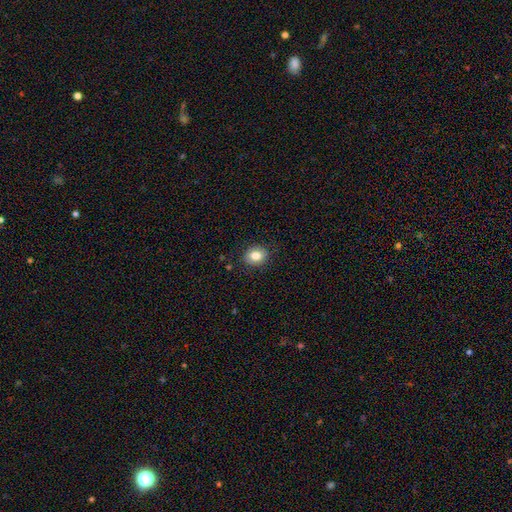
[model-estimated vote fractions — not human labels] smooth-or-featured: smooth: 81% | featured or disk: 10% | star or artifact: 9%
  how-rounded: in between: 53% | round: 46% | cigar-shaped: 1%
  merging: none: 86% | minor disturbance: 10% | major disturbance: 2% | merger: 1%